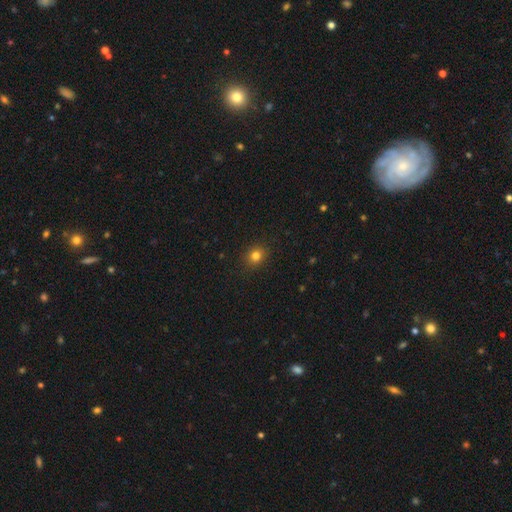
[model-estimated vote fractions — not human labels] Smooth or featured?
  - smooth: 80% *
  - star or artifact: 14%
  - featured or disk: 6%
How rounded?
  - round: 76% *
  - in between: 23%
  - cigar-shaped: 1%
Merging?
  - none: 90% *
  - minor disturbance: 7%
  - major disturbance: 2%
  - merger: 1%